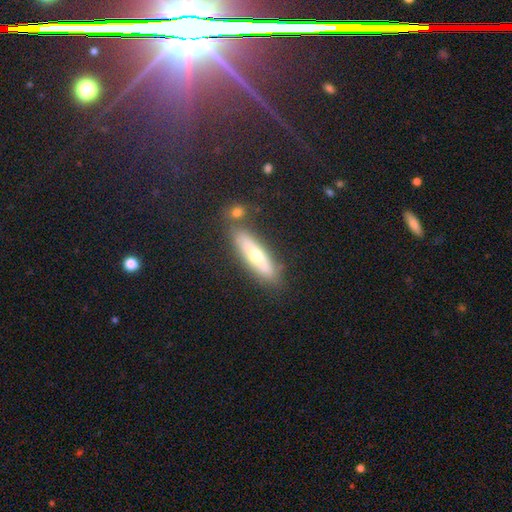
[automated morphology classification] smooth 47%, featured or disk 45%, star or artifact 8%. Down the decision tree: merging — none (80%).